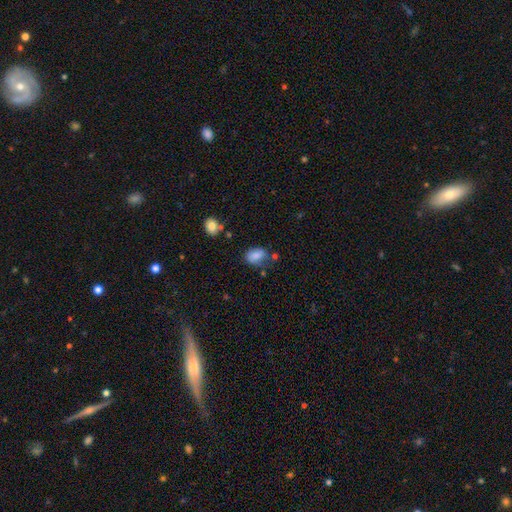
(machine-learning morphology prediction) type=smooth (82%); roundness=in between (82%); merging=none (61%).